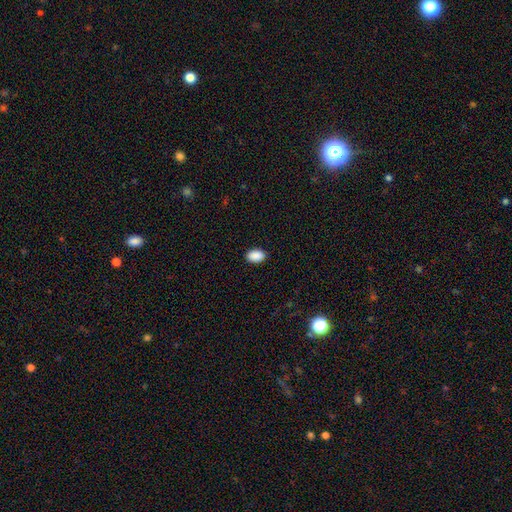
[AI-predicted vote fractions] This is clearly a smooth galaxy (91%). How rounded: clearly in between (90%). Merging: clearly none (90%).